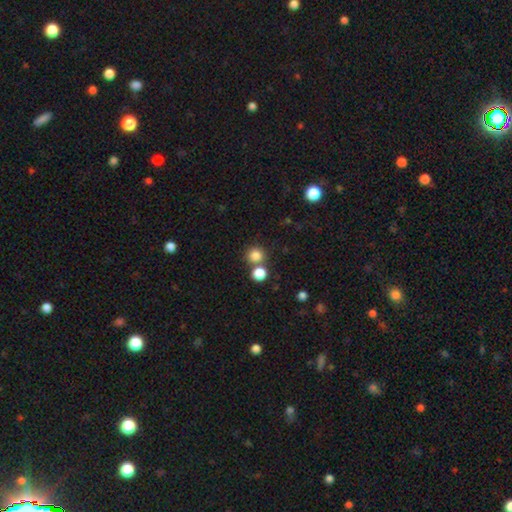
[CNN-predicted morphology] Q: Smooth or featured?
A: smooth (82%); runner-up: star or artifact (12%)
Q: How rounded?
A: round (90%); runner-up: in between (9%)
Q: Merging?
A: none (66%); runner-up: merger (24%)